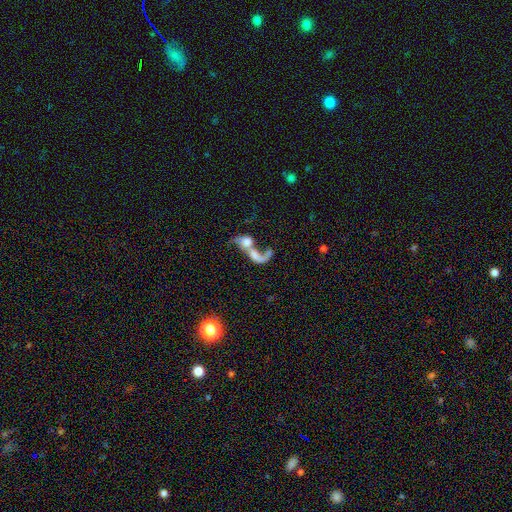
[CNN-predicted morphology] featured or disk 54%, smooth 34%, star or artifact 12%. Down the decision tree: edge-on disk — no (93%); merging — merger (75%).